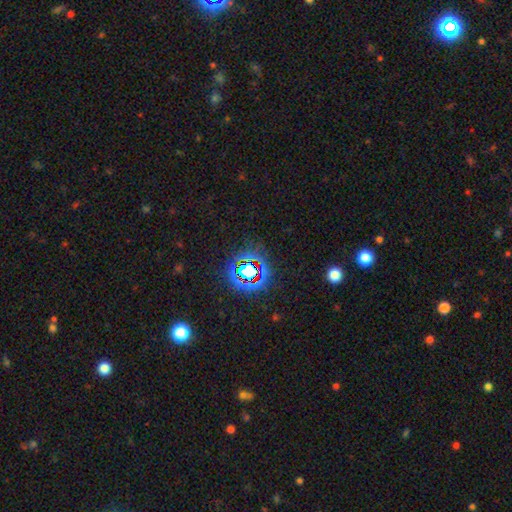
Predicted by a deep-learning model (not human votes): Smooth or featured?
  - star or artifact: 77% *
  - smooth: 14%
  - featured or disk: 9%